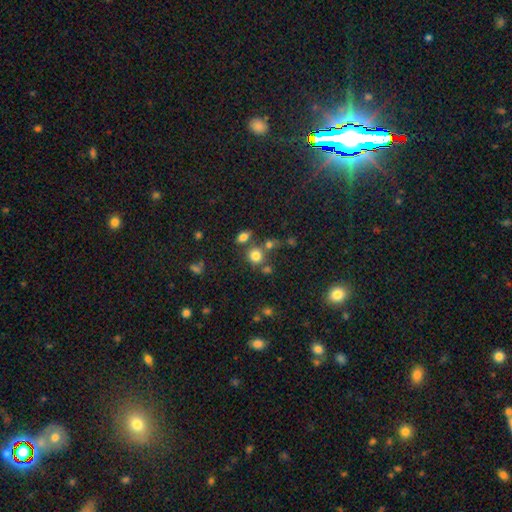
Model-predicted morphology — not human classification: This is likely a smooth galaxy (77%). How rounded: clearly round (83%). Merging: likely none (66%).